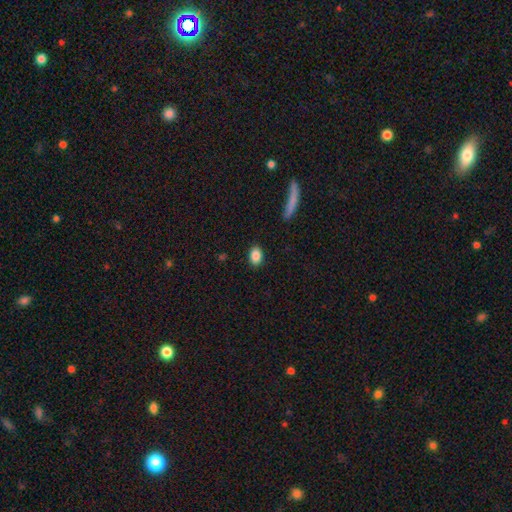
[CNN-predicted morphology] type=smooth (87%); roundness=in between (82%); merging=none (89%).